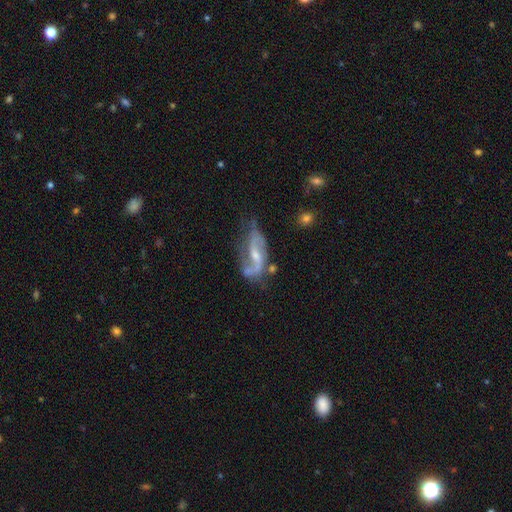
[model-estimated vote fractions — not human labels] Morphology: type=featured or disk (84%); edge-on=no (94%); bar=weak (44%); spiral arms=yes (93%); winding=loose (56%); arm count=2 (84%); bulge=small (53%); merging=none (49%).